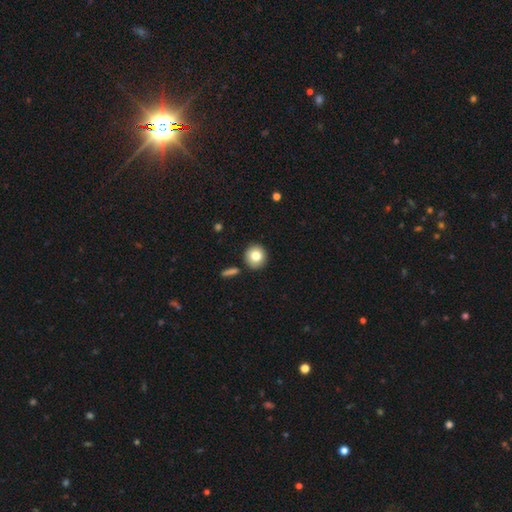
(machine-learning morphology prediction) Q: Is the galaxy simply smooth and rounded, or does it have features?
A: smooth — 80%.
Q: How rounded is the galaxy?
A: round — 90%.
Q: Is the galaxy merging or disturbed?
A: none — 87%.